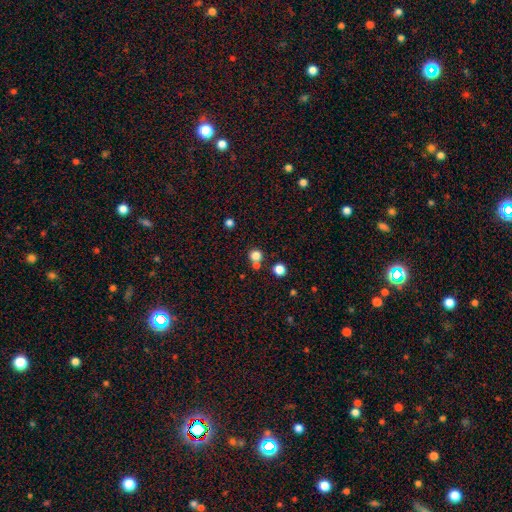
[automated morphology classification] Smooth or featured? smooth (79%)
How rounded? round (90%)
Merging? none (63%)